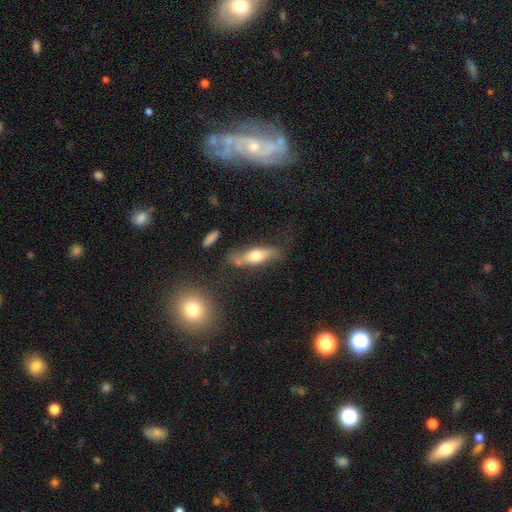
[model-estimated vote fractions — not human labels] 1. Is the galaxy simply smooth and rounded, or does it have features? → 55% smooth, 37% featured or disk, 8% star or artifact.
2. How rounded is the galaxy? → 50% cigar-shaped, 47% in between, 3% round.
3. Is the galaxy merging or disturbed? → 59% none, 23% minor disturbance, 9% merger, 9% major disturbance.